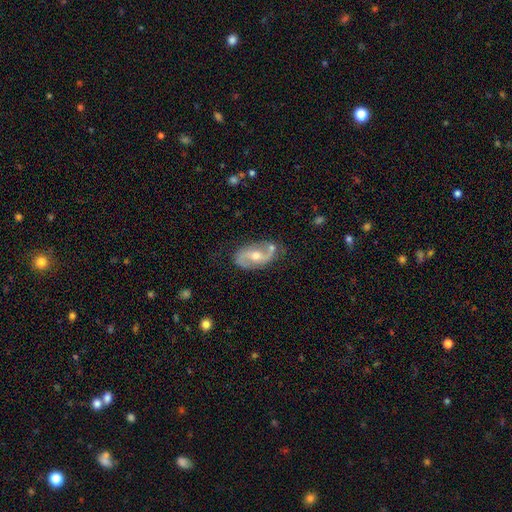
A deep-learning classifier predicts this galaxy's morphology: This is clearly a featured or disk galaxy (84%). It is clearly not viewed edge-on (96%). Bar: marginally weak (42%, tied with no). Spiral arm pattern: clearly yes (92%). Spiral arm count: clearly 2 (91%). Spiral winding: marginally loose (43%, tied with medium). Central bulge: likely moderate (71%). Merging: likely none (69%).